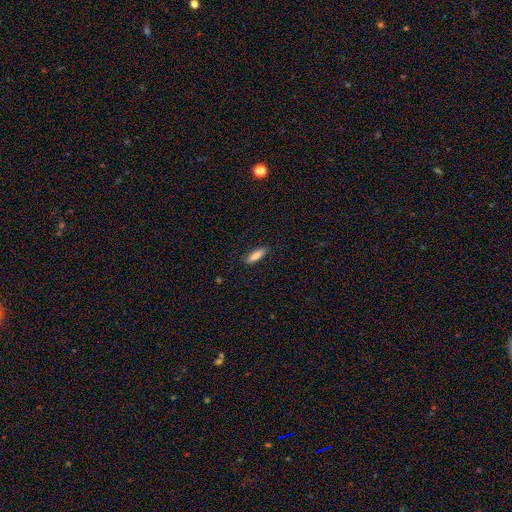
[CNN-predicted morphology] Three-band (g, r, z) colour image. It shows a smooth galaxy with no disk features (84%) that is in between round and cigar-shaped (50%). Merging: none (88%).